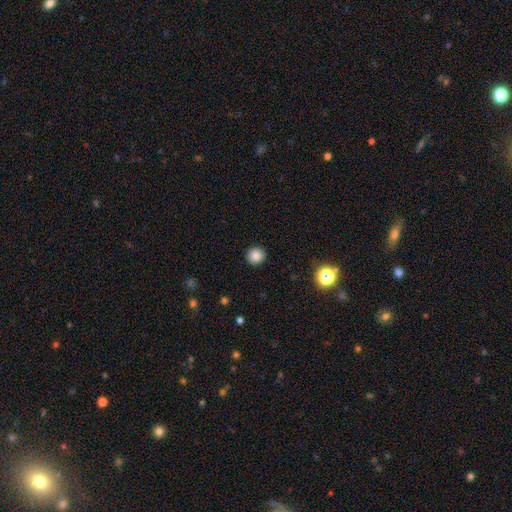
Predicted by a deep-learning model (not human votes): Q: Smooth or featured?
A: smooth (85%); runner-up: star or artifact (11%)
Q: How rounded?
A: round (94%); runner-up: in between (5%)
Q: Merging?
A: none (92%); runner-up: minor disturbance (5%)